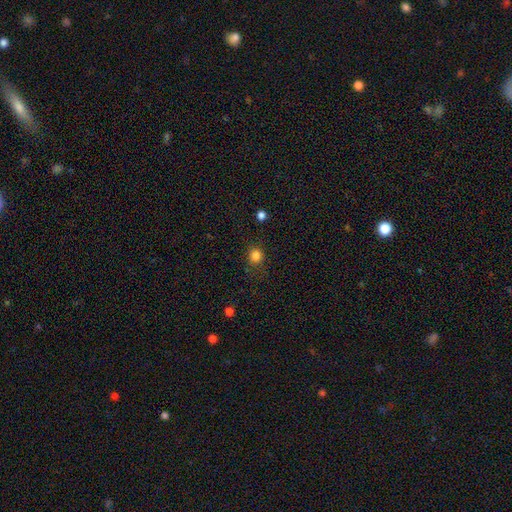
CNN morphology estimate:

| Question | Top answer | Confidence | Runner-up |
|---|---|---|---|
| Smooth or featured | smooth | 83% | star or artifact (13%) |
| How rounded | round | 88% | in between (11%) |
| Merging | none | 83% | minor disturbance (11%) |